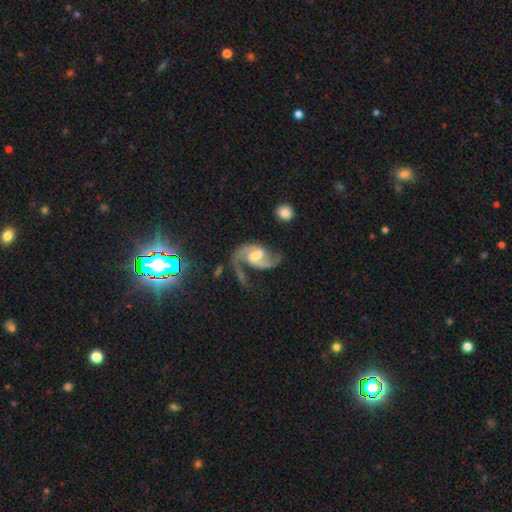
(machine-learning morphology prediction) Smooth or featured? Predicted: featured or disk (p=0.90). Edge-on disk? Predicted: no (p=0.98). Bar? Predicted: weak (p=0.55). Spiral arms? Predicted: yes (p=0.97). Spiral winding? Predicted: medium (p=0.52). Spiral arm count? Predicted: 2 (p=0.90). Bulge size? Predicted: moderate (p=0.54). Merging? Predicted: none (p=0.51).